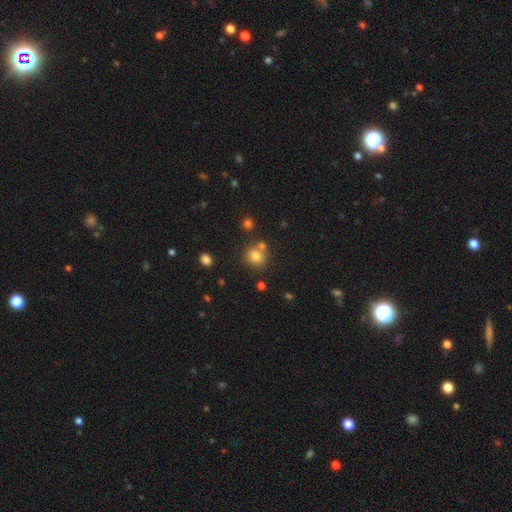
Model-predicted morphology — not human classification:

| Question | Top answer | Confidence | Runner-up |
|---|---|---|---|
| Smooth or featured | smooth | 78% | star or artifact (13%) |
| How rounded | round | 81% | in between (18%) |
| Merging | none | 66% | merger (21%) |